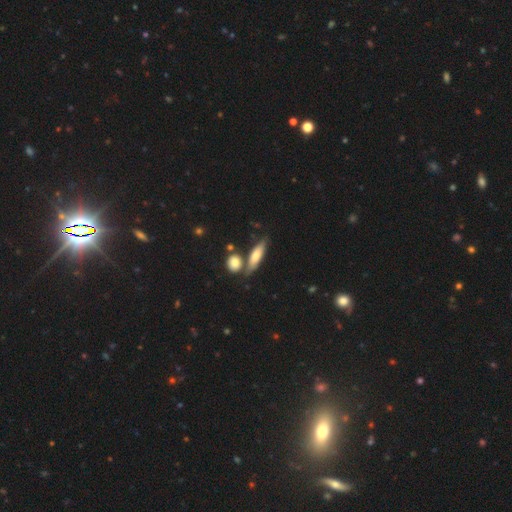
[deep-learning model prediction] A smooth galaxy with no disk features (65%) that is cigar-shaped (51%).

Vote fractions:
- Smooth or featured? smooth: 65% / featured or disk: 29% / star or artifact: 6%
- How rounded? cigar-shaped: 51% / in between: 44% / round: 6%
- Merging? none: 64% / merger: 18% / minor disturbance: 13% / major disturbance: 4%